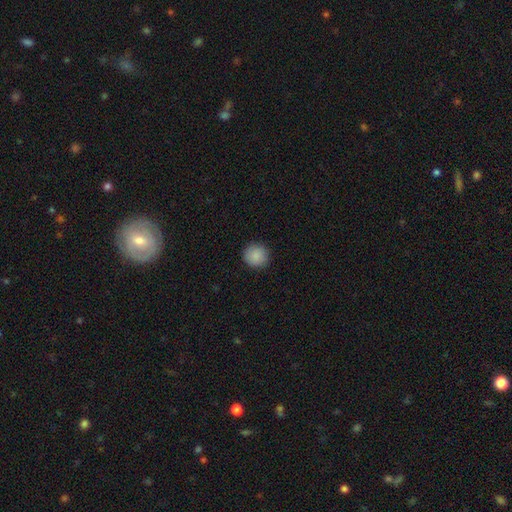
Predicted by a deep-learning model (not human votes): Smooth or featured? smooth (89%)
How rounded? round (93%)
Merging? none (90%)